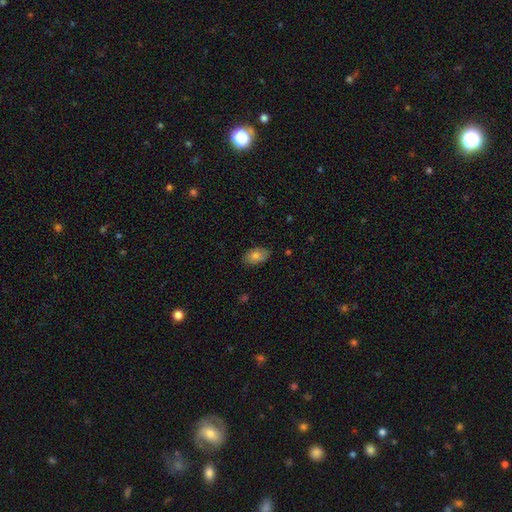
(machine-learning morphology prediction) smooth-or-featured: smooth: 80% | featured or disk: 13% | star or artifact: 8%
  how-rounded: in between: 91% | round: 8% | cigar-shaped: 2%
  merging: none: 80% | minor disturbance: 16% | major disturbance: 3% | merger: 1%